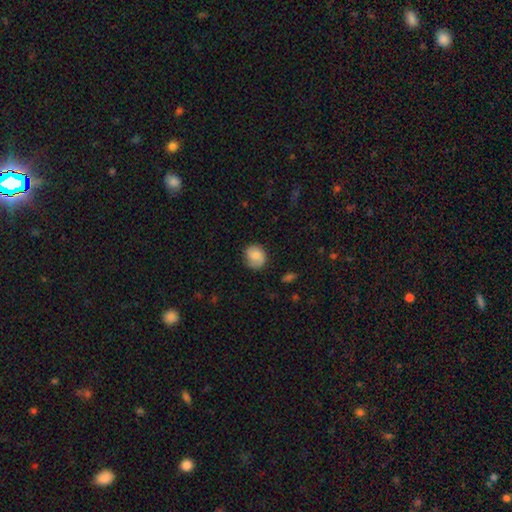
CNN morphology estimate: Overall: smooth (65%; featured or disk 27%). How rounded: round (71%). Merging: none (72%).